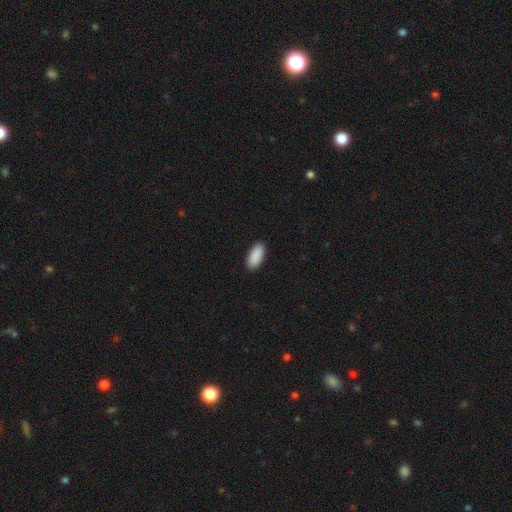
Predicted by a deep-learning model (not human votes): This is clearly a smooth galaxy (92%). How rounded: clearly in between (93%). Merging: clearly none (90%).